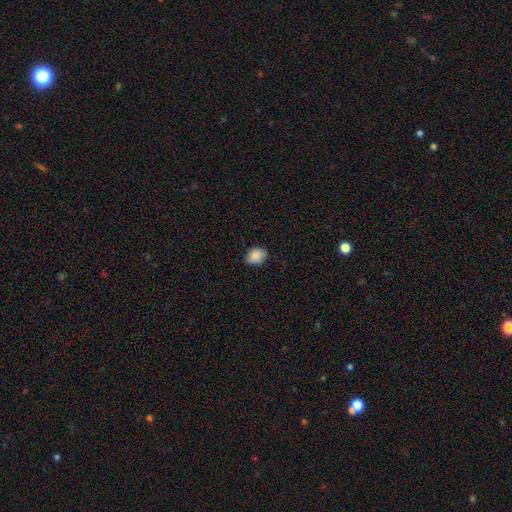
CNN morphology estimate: Smooth or featured: smooth — 88% (star or artifact — 8%)
How rounded: in between — 60% (round — 39%)
Merging: none — 82% (minor disturbance — 14%)